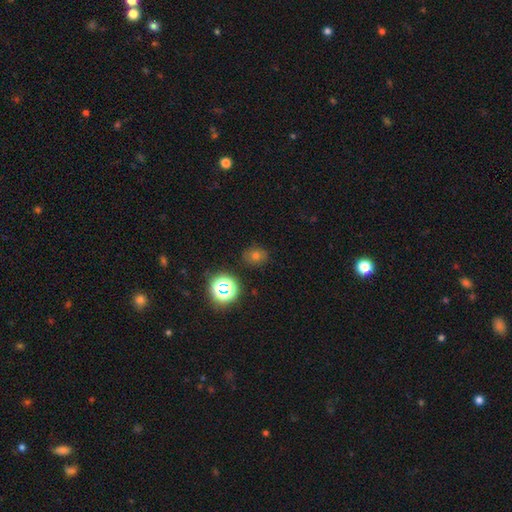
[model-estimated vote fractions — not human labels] Morphology: type=smooth (66%); roundness=round (66%); merging=none (83%).